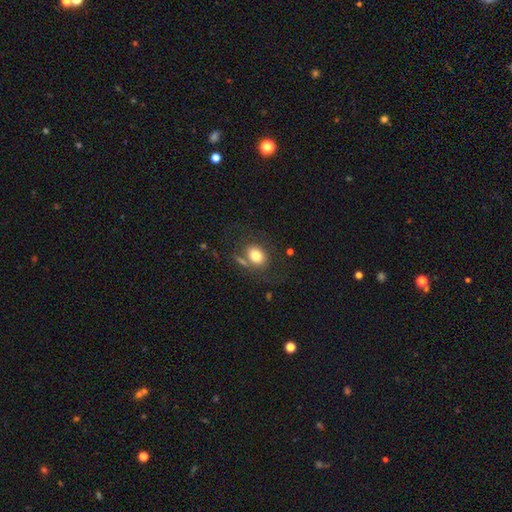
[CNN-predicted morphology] This appears to be a smooth galaxy with no disk features (77%) that is in between round and cigar-shaped (56%). Merging: none (61%).